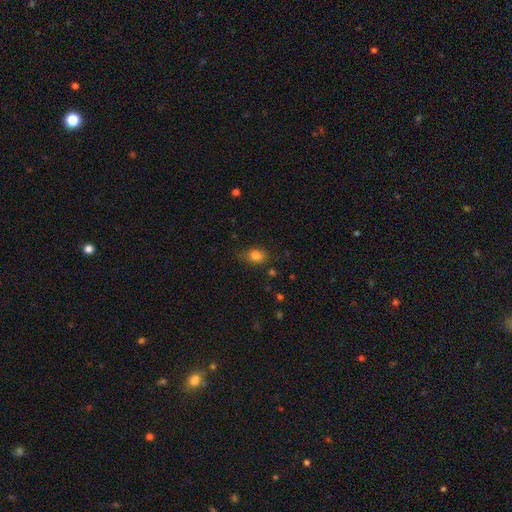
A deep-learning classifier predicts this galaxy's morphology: Smooth or featured? smooth (82%)
How rounded? in between (66%)
Merging? none (75%)